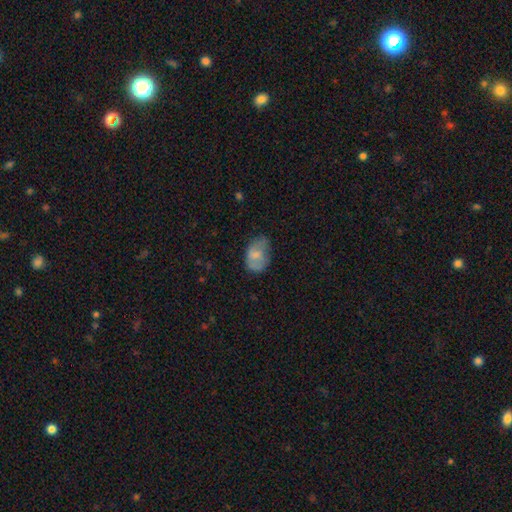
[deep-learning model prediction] Smooth or featured? smooth (68%)
How rounded? in between (84%)
Merging? none (50%)